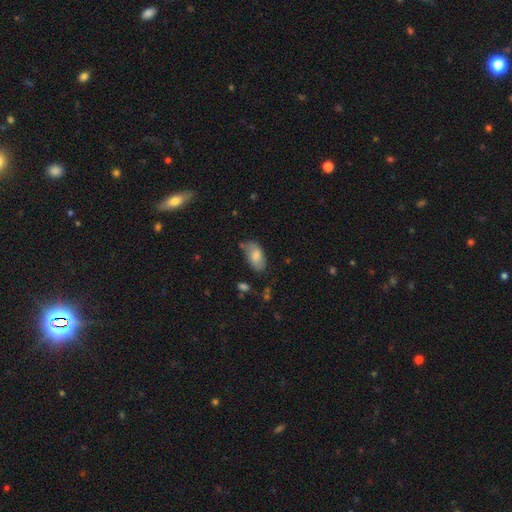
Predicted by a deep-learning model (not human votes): Morphology: type=smooth (74%); roundness=in between (94%); merging=none (58%).